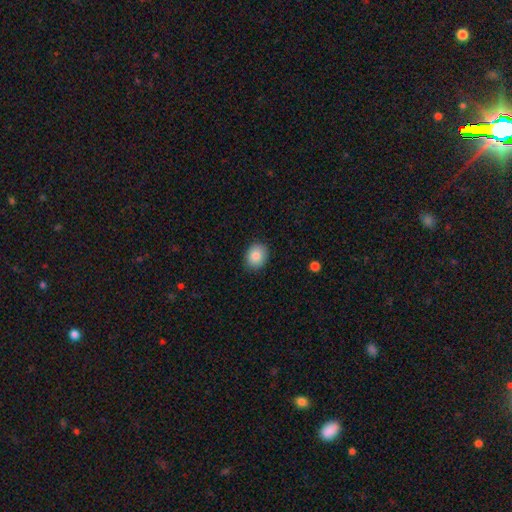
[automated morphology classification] The model was most divided on "how rounded": round: 63%, in between: 36%, cigar-shaped: 1%. More confident: merging — none (87%); smooth or featured — smooth (85%).